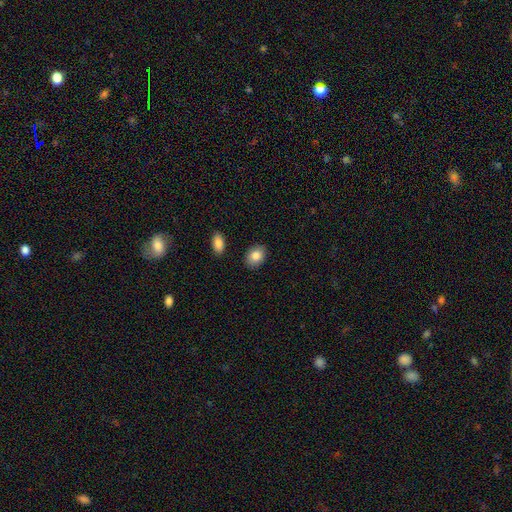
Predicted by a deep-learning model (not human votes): Morphology: type=smooth (85%); roundness=in between (67%); merging=none (87%).